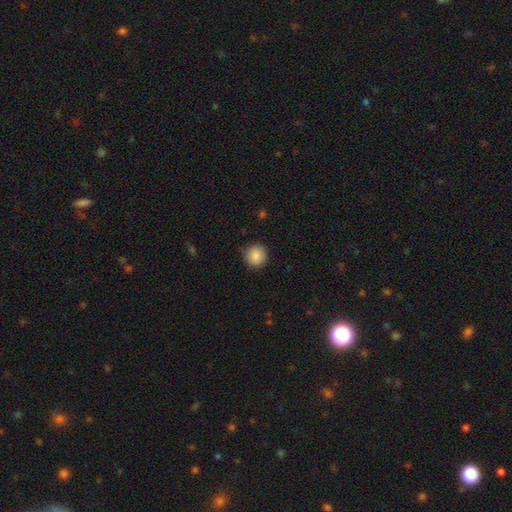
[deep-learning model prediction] Overall: smooth (88%). How rounded: round (94%). Merging: none (88%).